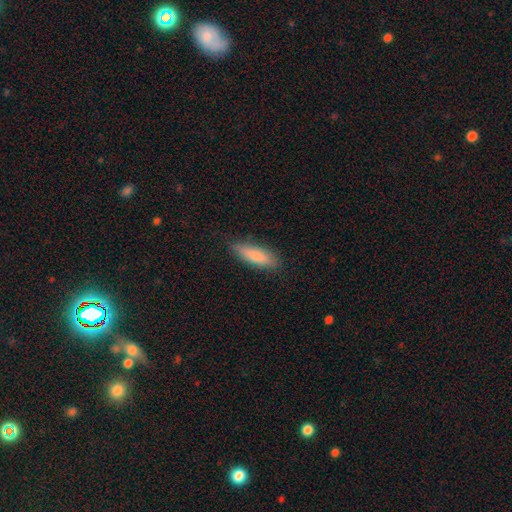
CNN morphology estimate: The model was most divided on "how rounded": cigar-shaped: 57%, in between: 41%, round: 2%. More confident: merging — none (84%); smooth or featured — smooth (81%).